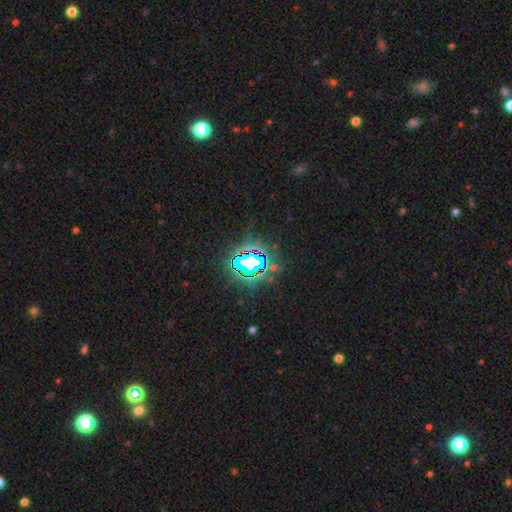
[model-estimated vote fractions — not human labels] Smooth or featured? Predicted: star or artifact (p=0.80).